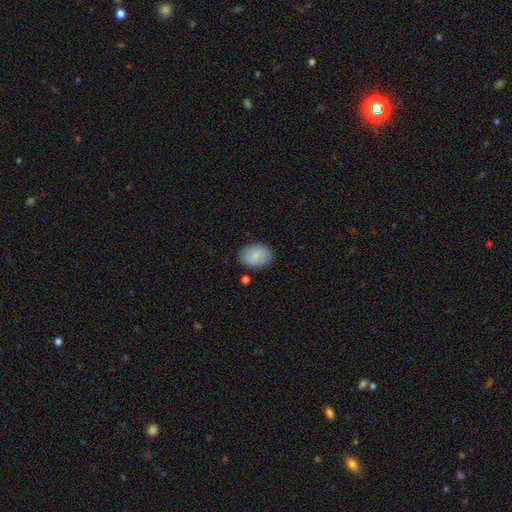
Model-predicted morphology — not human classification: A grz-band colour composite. It shows a smooth galaxy with no disk features (81%) that is in between round and cigar-shaped (70%). Merging: none (84%).